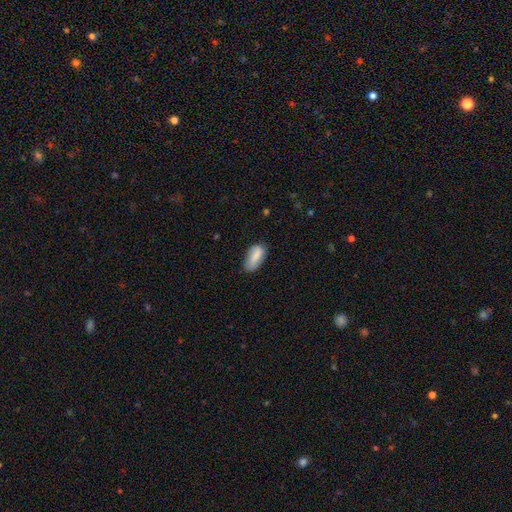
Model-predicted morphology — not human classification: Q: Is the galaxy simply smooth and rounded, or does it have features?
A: smooth — 83%.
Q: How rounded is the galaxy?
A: in between — 88%.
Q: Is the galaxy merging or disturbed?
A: none — 63%.